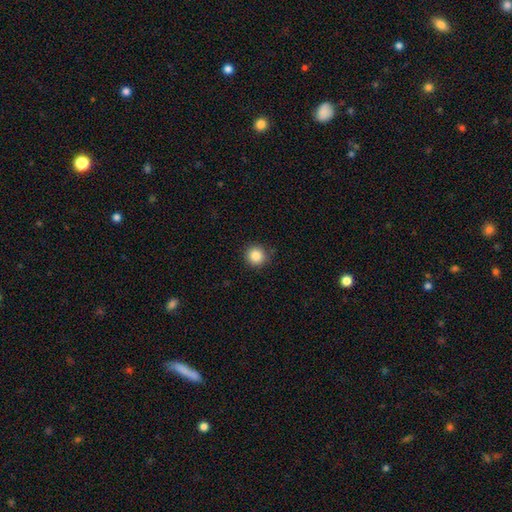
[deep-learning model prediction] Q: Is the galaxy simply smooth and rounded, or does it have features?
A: smooth — 86%.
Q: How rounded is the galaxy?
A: round — 94%.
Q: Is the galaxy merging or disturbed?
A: none — 89%.